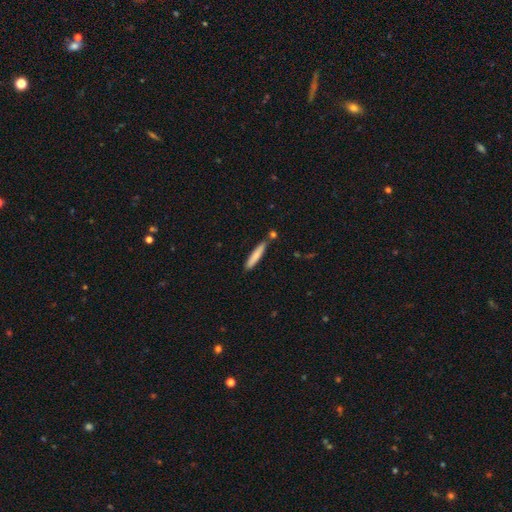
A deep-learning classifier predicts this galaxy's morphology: Smooth or featured? smooth (77%)
How rounded? cigar-shaped (92%)
Merging? none (79%)